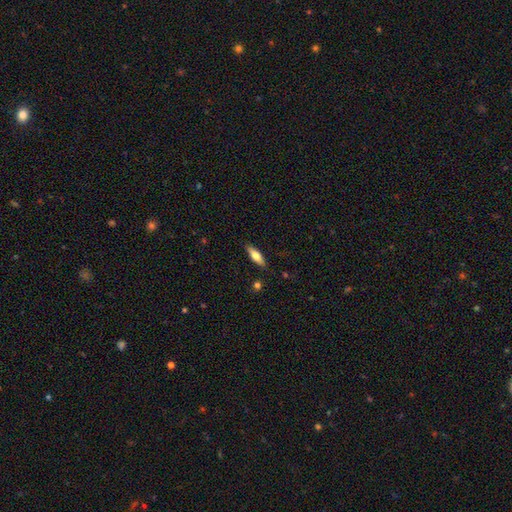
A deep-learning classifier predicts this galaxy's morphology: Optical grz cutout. It shows a smooth galaxy with no disk features (65%) that is in between round and cigar-shaped (49%, tied with cigar-shaped). Merging: none (87%).